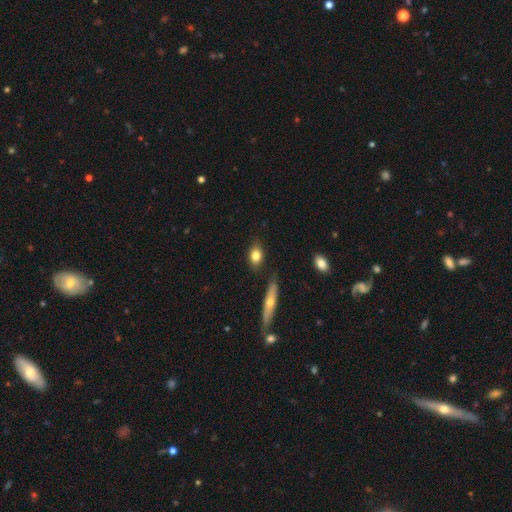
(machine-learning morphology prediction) The model was most divided on "how rounded": in between: 67%, round: 26%, cigar-shaped: 7%. More confident: smooth or featured — smooth (80%); merging — none (79%).